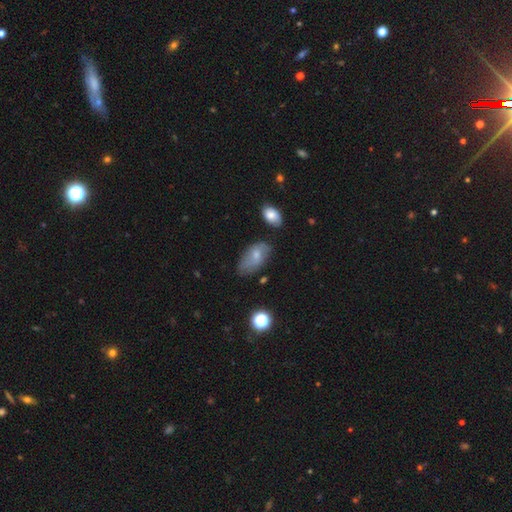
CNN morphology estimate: Q: Smooth or featured?
A: smooth (63%); runner-up: featured or disk (28%)
Q: How rounded?
A: in between (92%); runner-up: round (5%)
Q: Merging?
A: none (53%); runner-up: minor disturbance (32%)